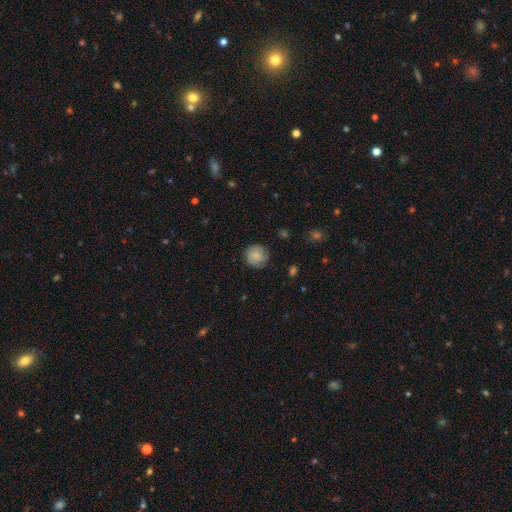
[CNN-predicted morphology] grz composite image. It shows a smooth galaxy with no disk features (81%) that is round (93%). Merging: none (81%).